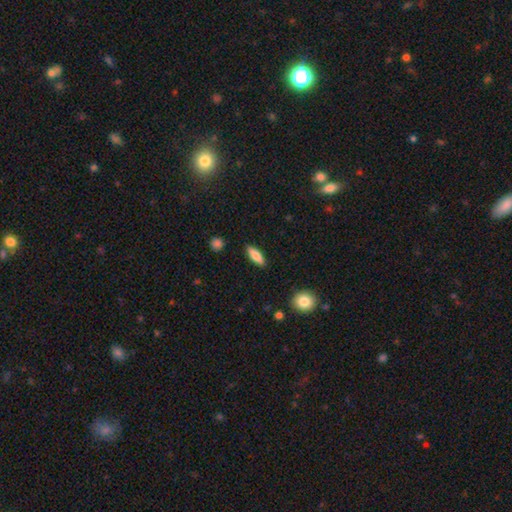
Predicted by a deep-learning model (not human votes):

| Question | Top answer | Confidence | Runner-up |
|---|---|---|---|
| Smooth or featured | smooth | 78% | featured or disk (16%) |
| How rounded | cigar-shaped | 50% | in between (48%) |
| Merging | none | 88% | minor disturbance (9%) |